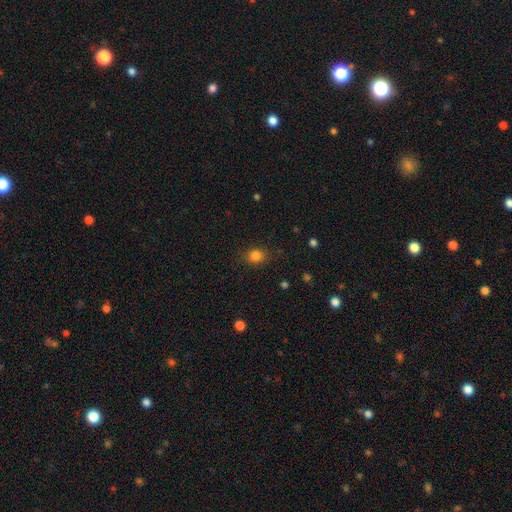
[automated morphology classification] This is clearly a smooth galaxy (82%). How rounded: likely round (68%). Merging: clearly none (85%).